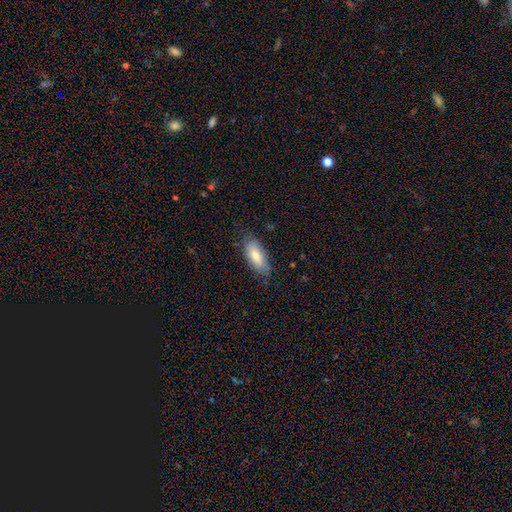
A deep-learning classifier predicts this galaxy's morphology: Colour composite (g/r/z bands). It shows a smooth galaxy with no disk features (78%) that is in between round and cigar-shaped (81%). Merging: none (76%).